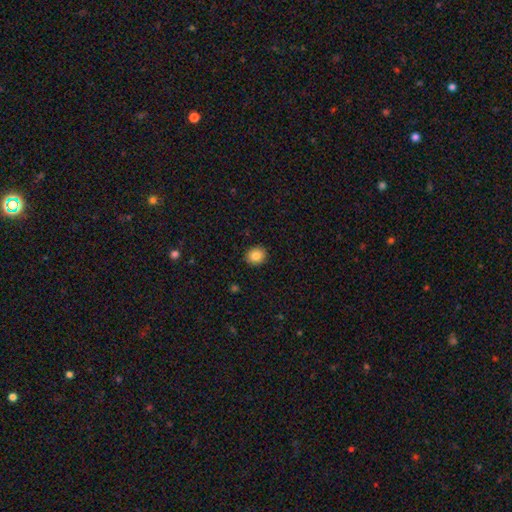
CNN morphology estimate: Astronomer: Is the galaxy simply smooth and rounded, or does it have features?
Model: smooth — 86%.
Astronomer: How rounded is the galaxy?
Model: round — 80%.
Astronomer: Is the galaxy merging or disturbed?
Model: none — 91%.